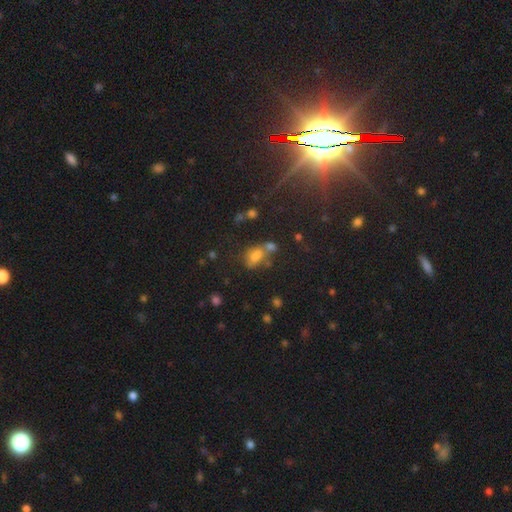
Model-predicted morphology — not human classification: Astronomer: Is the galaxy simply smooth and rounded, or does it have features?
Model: smooth — 63%.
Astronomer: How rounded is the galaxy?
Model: in between — 76%.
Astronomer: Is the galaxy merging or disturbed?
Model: merger — 38% (runner-up: none, 34%).